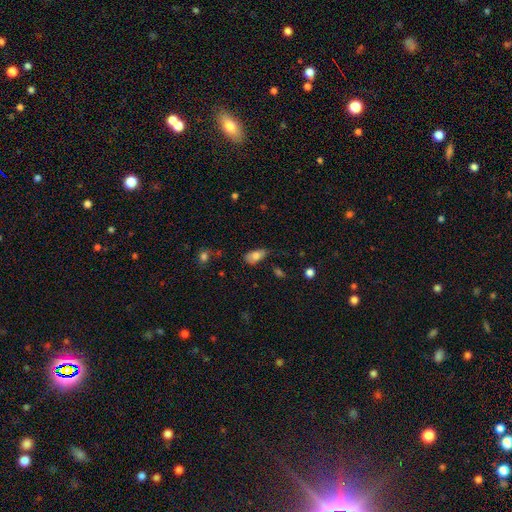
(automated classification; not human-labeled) Smooth or featured: smooth — 77% (featured or disk — 15%)
How rounded: in between — 92% (round — 5%)
Merging: none — 53% (minor disturbance — 35%)